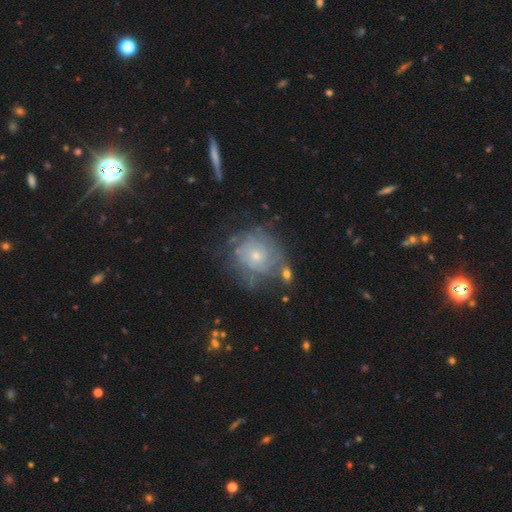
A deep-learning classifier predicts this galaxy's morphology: Smooth or featured? Predicted: featured or disk (p=0.64). Edge-on disk? Predicted: no (p=0.96). Bar? Predicted: no (p=0.84). Spiral arms? Predicted: yes (p=0.74). Bulge size? Predicted: small (p=0.65). Merging? Predicted: none (p=0.65).